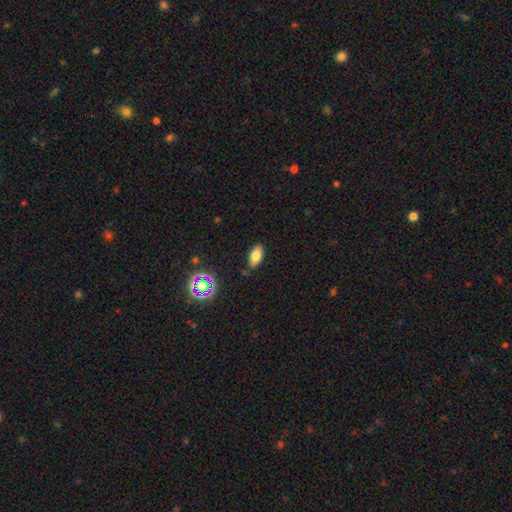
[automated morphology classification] This is likely a smooth galaxy (75%). How rounded: clearly in between (90%). Merging: clearly none (83%).